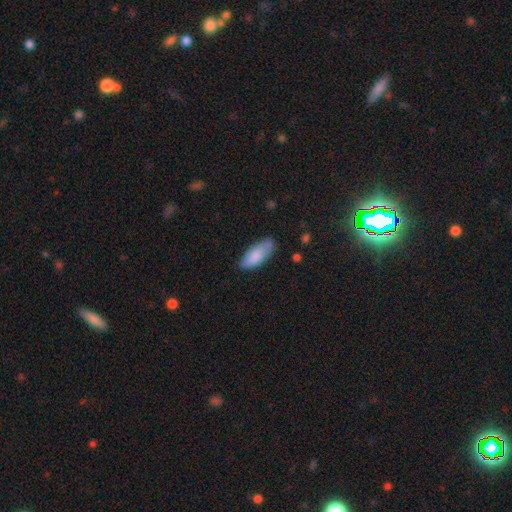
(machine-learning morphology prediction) smooth-or-featured: smooth: 84% | featured or disk: 11% | star or artifact: 6%
  how-rounded: in between: 77% | cigar-shaped: 21% | round: 2%
  merging: none: 72% | minor disturbance: 22% | major disturbance: 4% | merger: 2%